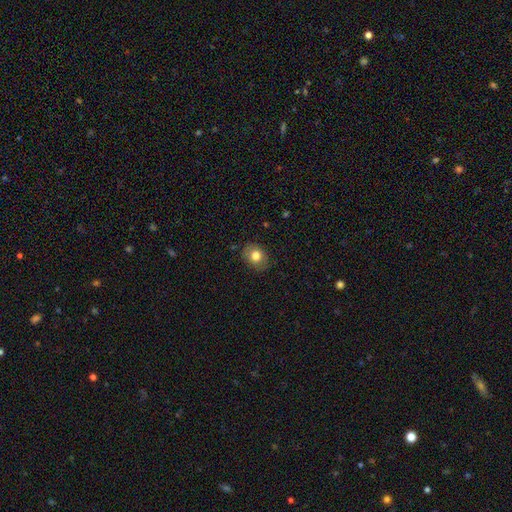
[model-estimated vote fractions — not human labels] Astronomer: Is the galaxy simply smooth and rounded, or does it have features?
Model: smooth — 77%.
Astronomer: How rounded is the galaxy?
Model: in between — 51% (runner-up: round, 48%).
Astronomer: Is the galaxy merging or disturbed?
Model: none — 84%.